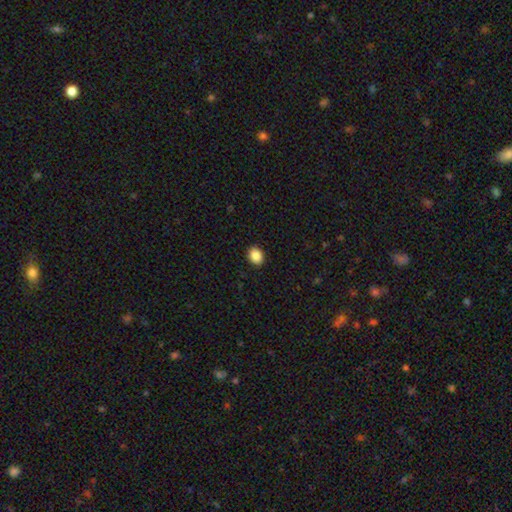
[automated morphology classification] Smooth or featured? smooth (88%)
How rounded? in between (60%)
Merging? none (91%)